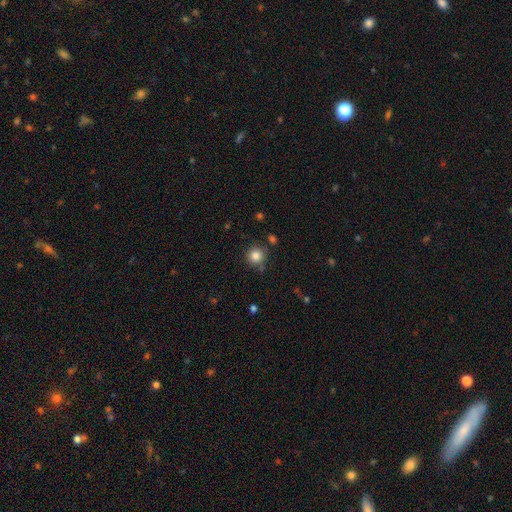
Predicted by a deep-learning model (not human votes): Smooth or featured? Predicted: smooth (p=0.84). How rounded? Predicted: round (p=0.93). Merging? Predicted: none (p=0.82).